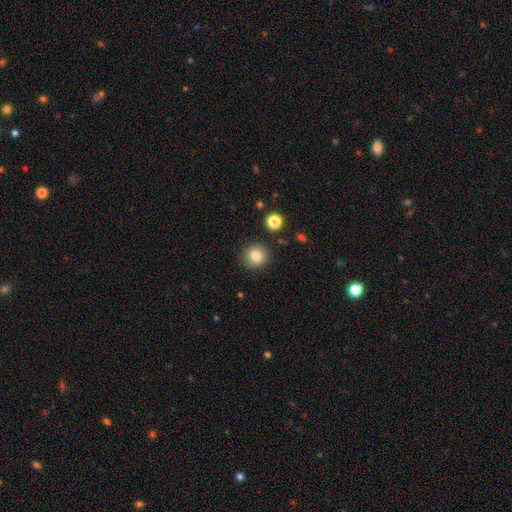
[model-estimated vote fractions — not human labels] The model was most divided on "smooth or featured": smooth: 81%, star or artifact: 11%, featured or disk: 8%. More confident: how rounded — round (93%); merging — none (89%).